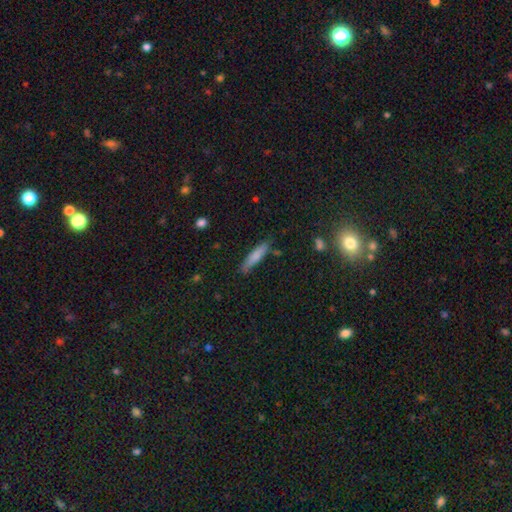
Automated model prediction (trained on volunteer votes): smooth 77%, featured or disk 17%, star or artifact 7%. Down the decision tree: how rounded — cigar-shaped (83%); merging — none (80%).